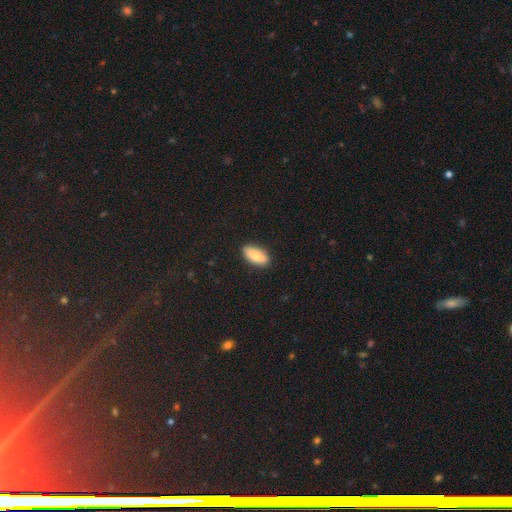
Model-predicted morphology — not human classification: The model was most divided on "smooth or featured": smooth: 80%, featured or disk: 13%, star or artifact: 6%. More confident: merging — none (87%); how rounded — in between (84%).